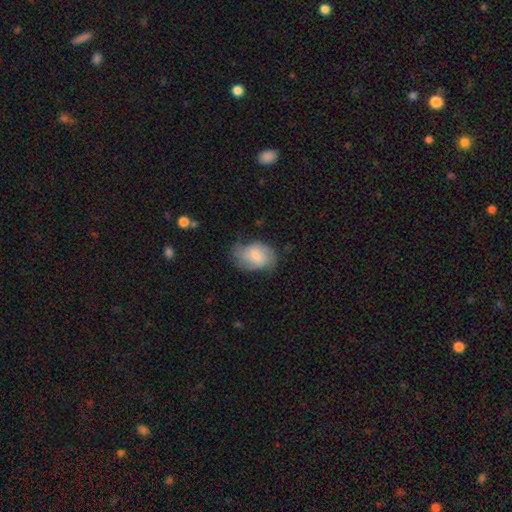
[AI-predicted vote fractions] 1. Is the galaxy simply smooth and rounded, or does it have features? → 54% smooth, 39% featured or disk, 7% star or artifact.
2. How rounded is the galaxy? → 77% in between, 21% round, 1% cigar-shaped.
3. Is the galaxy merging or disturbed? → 50% none, 33% minor disturbance, 15% major disturbance, 2% merger.